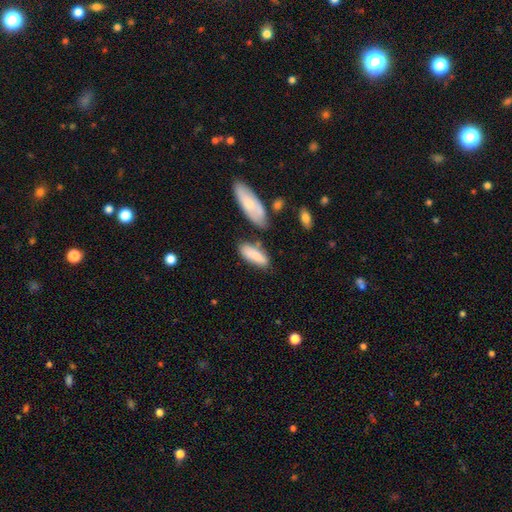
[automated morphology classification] Overall: smooth (80%). How rounded: in between (65%; cigar-shaped 33%). Merging: none (60%; minor disturbance 21%).